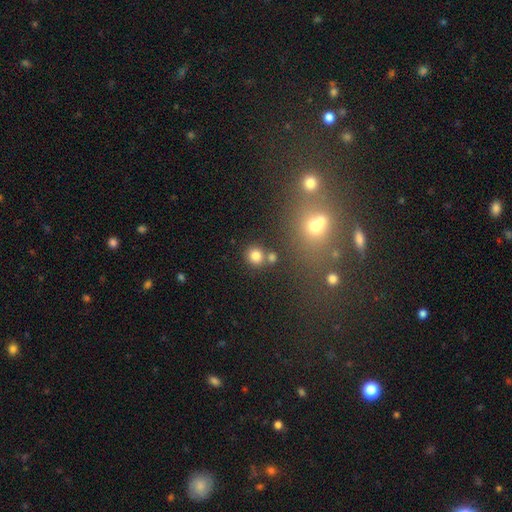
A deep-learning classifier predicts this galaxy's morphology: smooth 79%, star or artifact 14%, featured or disk 7%. Down the decision tree: how rounded — round (89%); merging — none (74%).